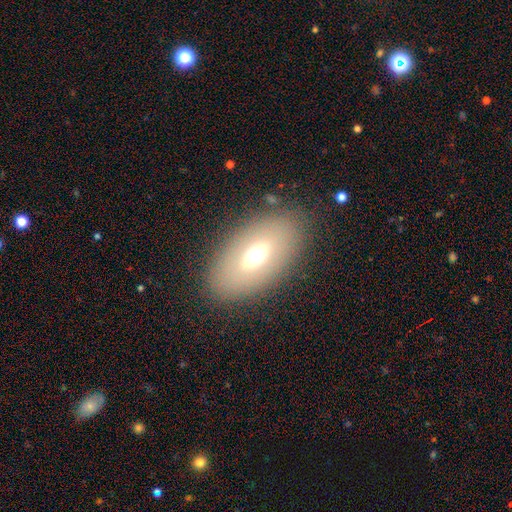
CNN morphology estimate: Smooth or featured?
  - smooth: 58% *
  - featured or disk: 33%
  - star or artifact: 10%
How rounded?
  - in between: 90% *
  - round: 6%
  - cigar-shaped: 4%
Merging?
  - none: 84% *
  - minor disturbance: 10%
  - major disturbance: 5%
  - merger: 1%